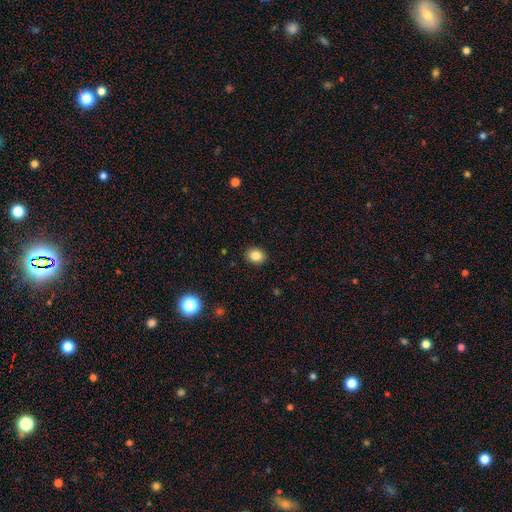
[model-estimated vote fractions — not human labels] Q: Smooth or featured?
A: smooth (84%); runner-up: star or artifact (10%)
Q: How rounded?
A: round (61%); runner-up: in between (38%)
Q: Merging?
A: none (91%); runner-up: minor disturbance (6%)